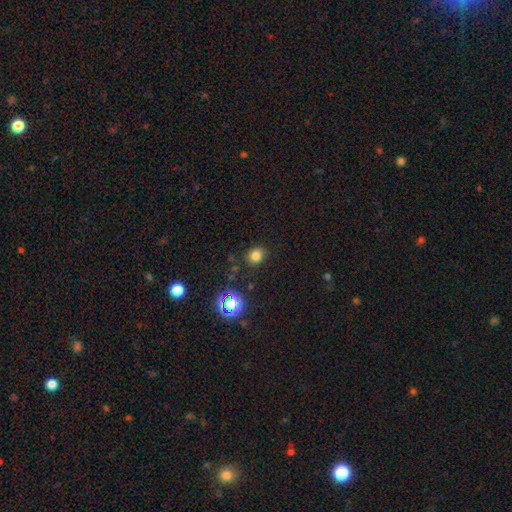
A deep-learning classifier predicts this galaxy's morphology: smooth 77%, star or artifact 17%, featured or disk 6%. Down the decision tree: how rounded — round (69%); merging — none (83%).